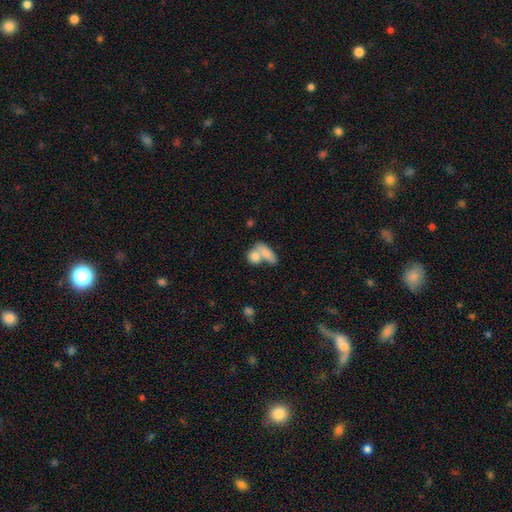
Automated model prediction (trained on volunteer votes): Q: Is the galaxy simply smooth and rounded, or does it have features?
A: smooth — 80%.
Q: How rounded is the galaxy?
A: in between — 62%.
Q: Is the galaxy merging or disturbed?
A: merger — 60%.